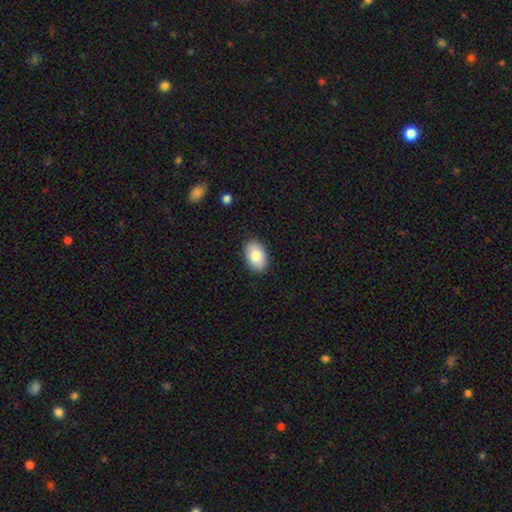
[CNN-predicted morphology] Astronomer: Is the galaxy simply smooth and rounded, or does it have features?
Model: smooth — 81%.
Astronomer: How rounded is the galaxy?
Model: in between — 88%.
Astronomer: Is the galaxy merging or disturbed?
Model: none — 88%.